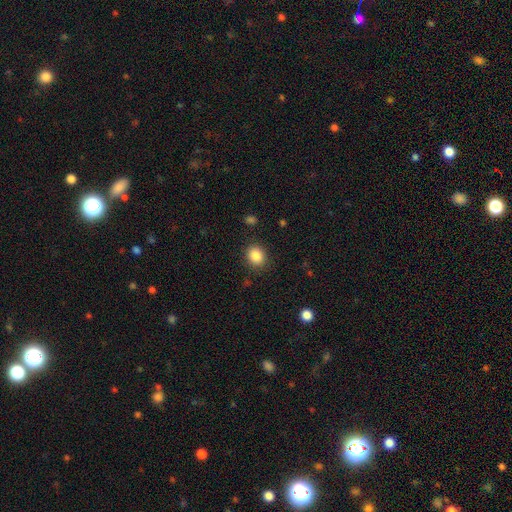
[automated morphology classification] smooth_or_featured: smooth (p=0.86) [alt: star or artifact p=0.09]
how_rounded: round (p=0.68) [alt: in between p=0.31]
merging: none (p=0.87) [alt: minor disturbance p=0.09]